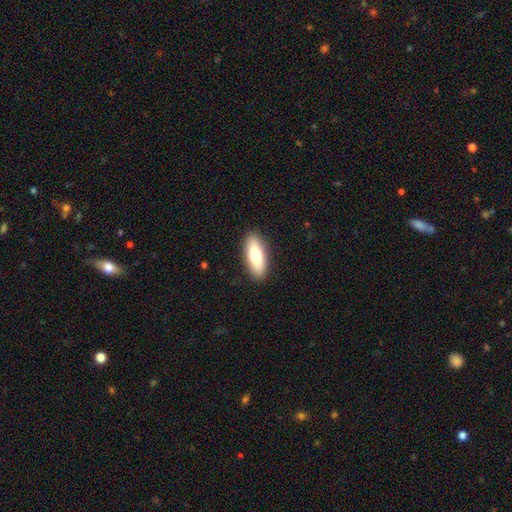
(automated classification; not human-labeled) Smooth or featured: smooth — 71% (featured or disk — 23%)
How rounded: in between — 67% (cigar-shaped — 31%)
Merging: none — 89% (minor disturbance — 8%)